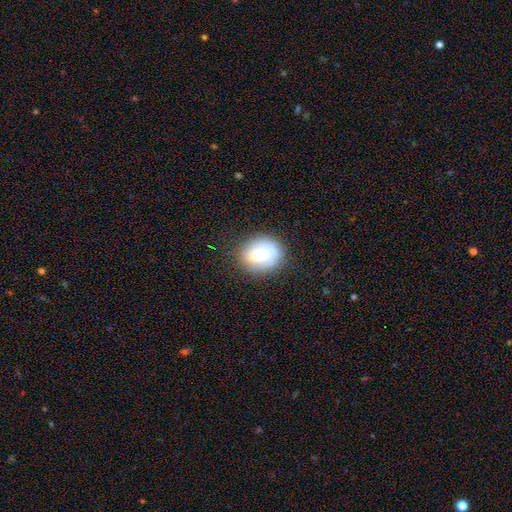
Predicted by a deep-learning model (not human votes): Overall: smooth (62%; featured or disk 28%). How rounded: round (63%; in between 36%). Merging: none (58%; minor disturbance 20%).